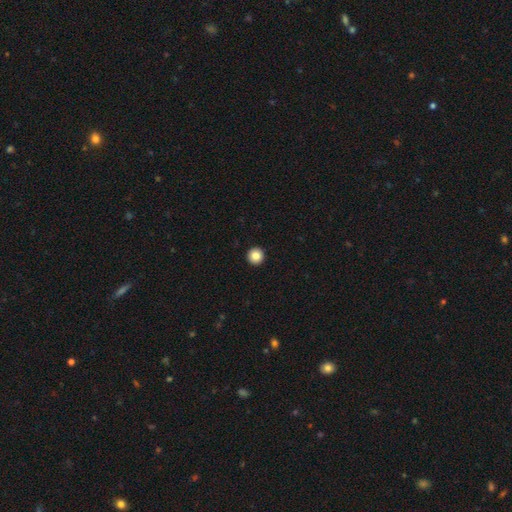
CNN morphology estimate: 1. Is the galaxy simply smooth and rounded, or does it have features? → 85% smooth, 10% star or artifact, 5% featured or disk.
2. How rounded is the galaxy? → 96% round, 3% in between, 1% cigar-shaped.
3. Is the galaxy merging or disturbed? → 94% none, 3% minor disturbance, 1% major disturbance, 1% merger.